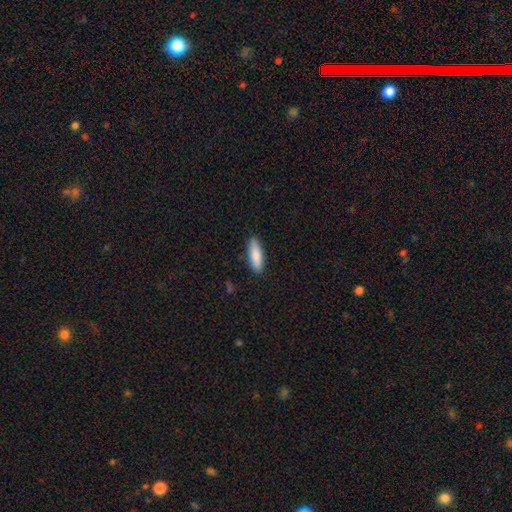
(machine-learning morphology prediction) type=smooth (86%); roundness=cigar-shaped (49%, tied with in between); merging=none (86%).